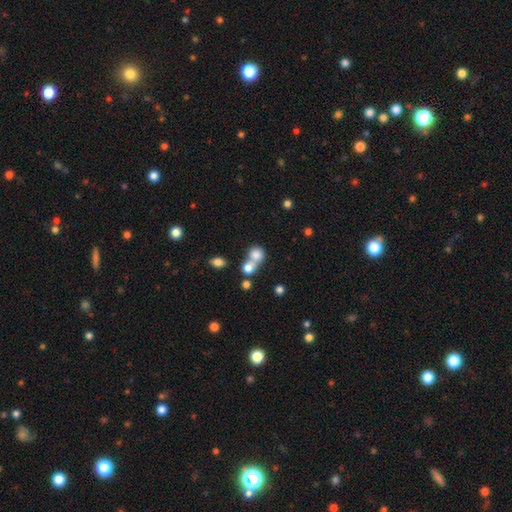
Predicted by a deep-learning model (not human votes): smooth-or-featured: smooth: 78% | star or artifact: 12% | featured or disk: 11%
  how-rounded: round: 77% | in between: 22% | cigar-shaped: 1%
  merging: merger: 57% | none: 32% | minor disturbance: 7% | major disturbance: 4%